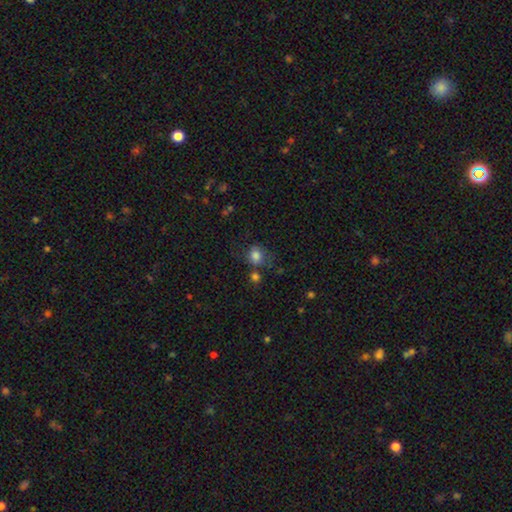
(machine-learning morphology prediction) Q: Smooth or featured?
A: smooth (81%); runner-up: star or artifact (11%)
Q: How rounded?
A: round (62%); runner-up: in between (37%)
Q: Merging?
A: none (55%); runner-up: minor disturbance (22%)